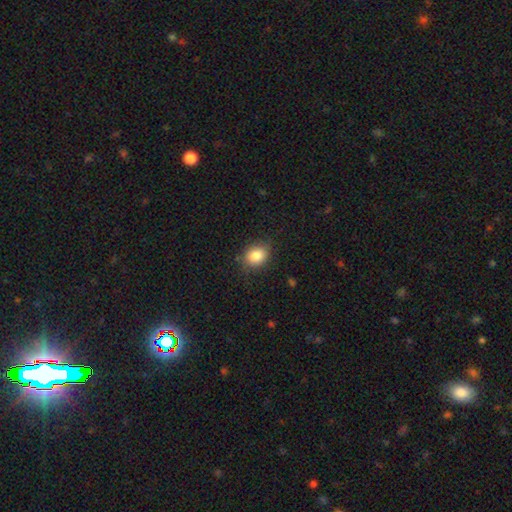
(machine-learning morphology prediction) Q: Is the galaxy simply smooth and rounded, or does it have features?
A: smooth — 84%.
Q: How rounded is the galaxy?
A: in between — 54%.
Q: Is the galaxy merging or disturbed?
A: none — 79%.